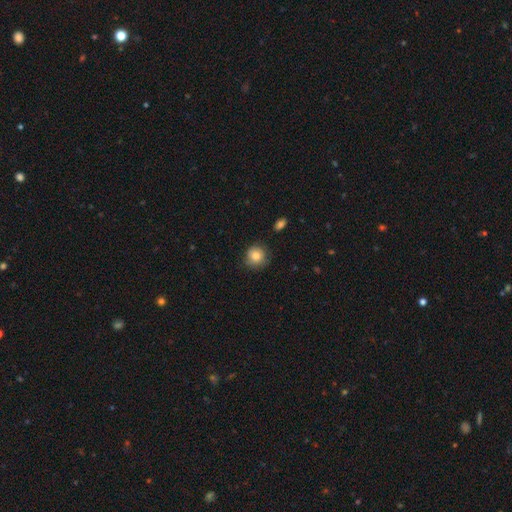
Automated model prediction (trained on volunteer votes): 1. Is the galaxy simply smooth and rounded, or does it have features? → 82% smooth, 9% featured or disk, 9% star or artifact.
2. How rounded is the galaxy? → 89% round, 10% in between, 1% cigar-shaped.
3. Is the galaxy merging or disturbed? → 78% none, 17% minor disturbance, 4% major disturbance, 2% merger.